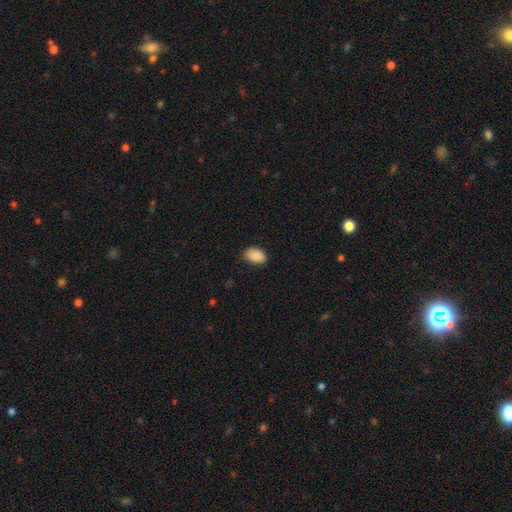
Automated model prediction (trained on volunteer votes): A smooth galaxy with no disk features (90%) that is in between round and cigar-shaped (88%).

Vote fractions:
- Smooth or featured? smooth: 90% / star or artifact: 7% / featured or disk: 3%
- How rounded? in between: 88% / round: 11% / cigar-shaped: 1%
- Merging? none: 81% / minor disturbance: 15% / major disturbance: 3% / merger: 1%